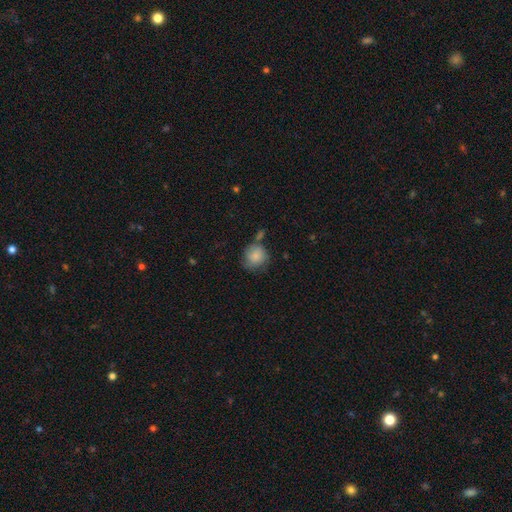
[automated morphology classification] A smooth galaxy with no disk features (84%) that is round (84%). Merging: none (58%).